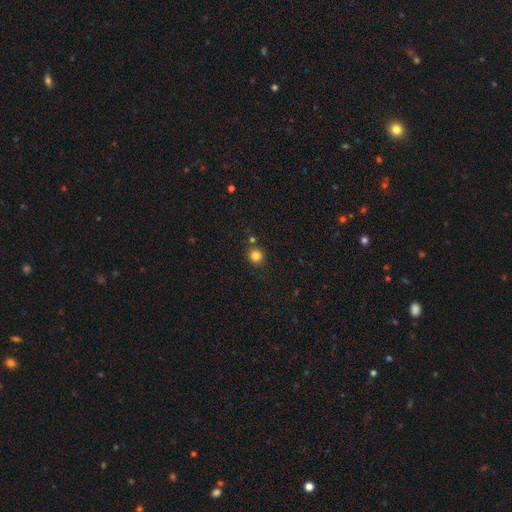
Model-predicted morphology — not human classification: smooth-or-featured: smooth: 83% | star or artifact: 12% | featured or disk: 5%
  how-rounded: round: 92% | in between: 7% | cigar-shaped: 1%
  merging: none: 82% | minor disturbance: 8% | merger: 7% | major disturbance: 3%